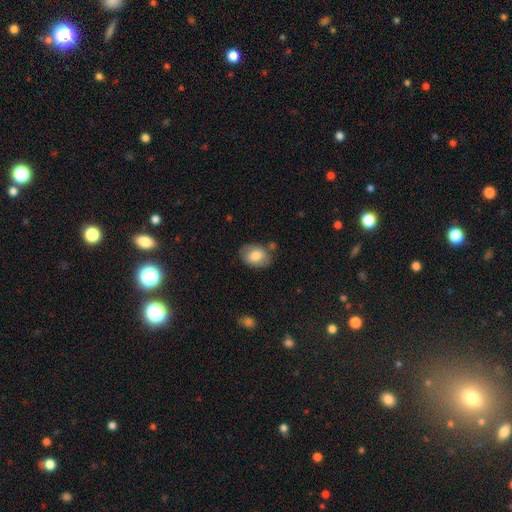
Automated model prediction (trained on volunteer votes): The model was most divided on "how rounded": in between: 74%, round: 25%, cigar-shaped: 1%. More confident: smooth or featured — smooth (78%); merging — none (74%).